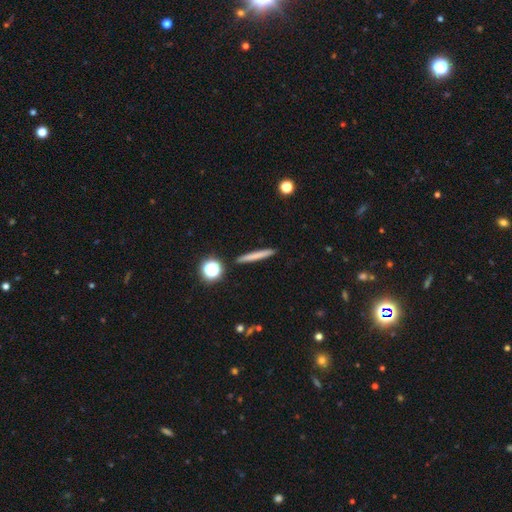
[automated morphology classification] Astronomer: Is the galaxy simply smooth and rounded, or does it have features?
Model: smooth — 68%.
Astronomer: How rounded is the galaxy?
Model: cigar-shaped — 95%.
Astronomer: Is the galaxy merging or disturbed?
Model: none — 91%.